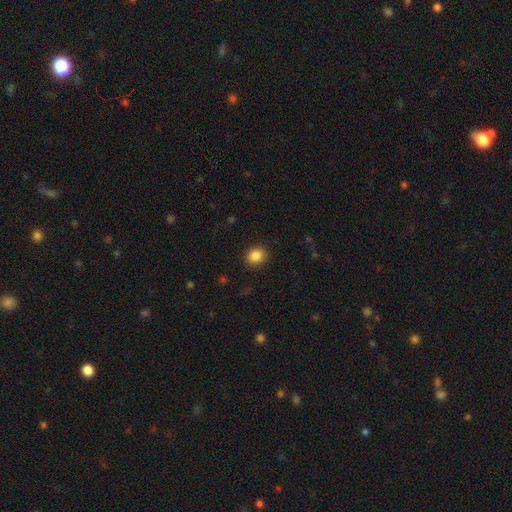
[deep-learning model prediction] Overall: smooth (86%). How rounded: round (60%; in between 39%). Merging: none (89%).